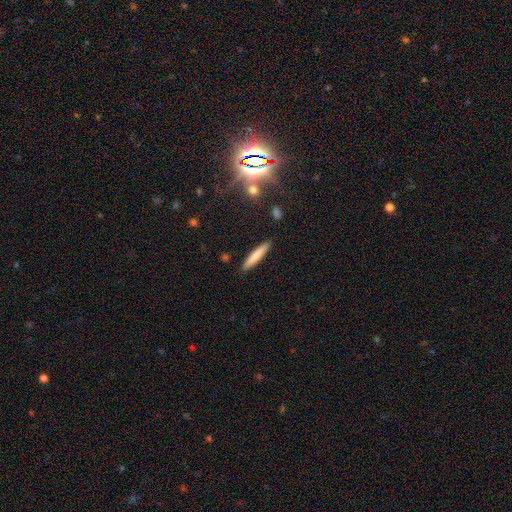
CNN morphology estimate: smooth 75%, featured or disk 19%, star or artifact 6%. Down the decision tree: how rounded — cigar-shaped (92%); merging — none (90%).